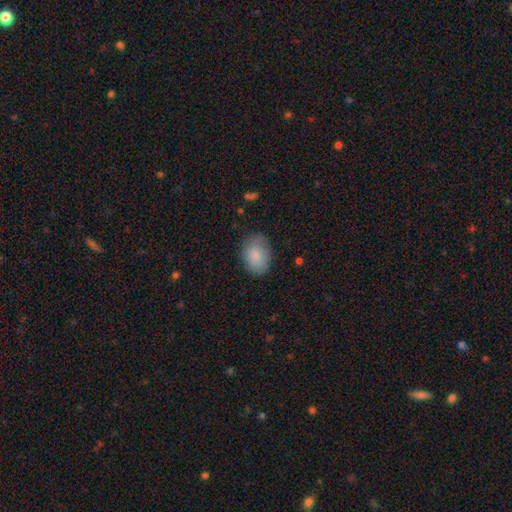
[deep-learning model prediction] A smooth galaxy with no disk features (85%) that is in between round and cigar-shaped (73%).

Vote fractions:
- Smooth or featured? smooth: 85% / featured or disk: 8% / star or artifact: 7%
- How rounded? in between: 73% / round: 26% / cigar-shaped: 1%
- Merging? none: 80% / minor disturbance: 15% / major disturbance: 4% / merger: 1%